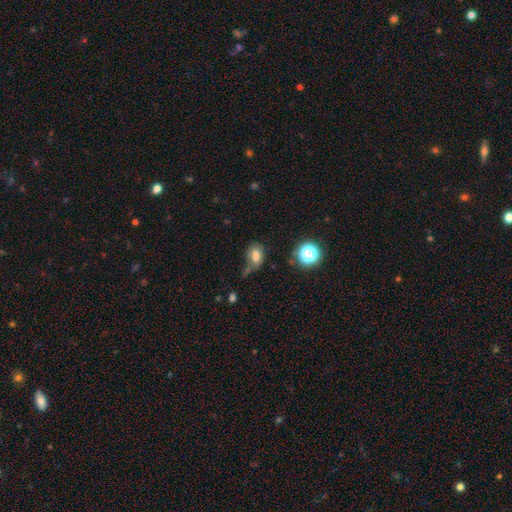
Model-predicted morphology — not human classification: Smooth or featured? smooth (73%)
How rounded? in between (77%)
Merging? none (47%)